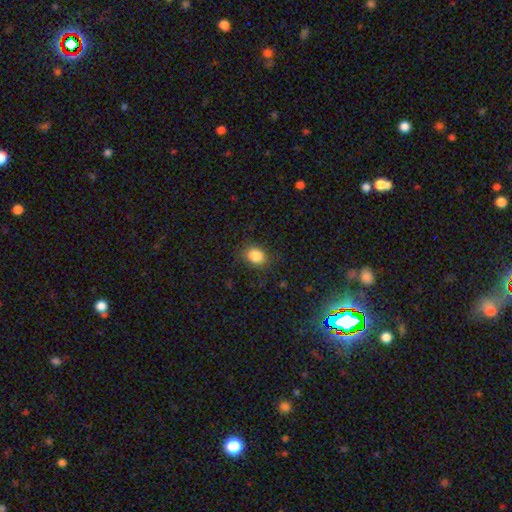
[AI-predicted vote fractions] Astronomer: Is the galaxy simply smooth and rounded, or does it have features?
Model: smooth — 85%.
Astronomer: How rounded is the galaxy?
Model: round — 55% (runner-up: in between, 44%).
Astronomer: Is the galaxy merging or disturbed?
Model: none — 82%.